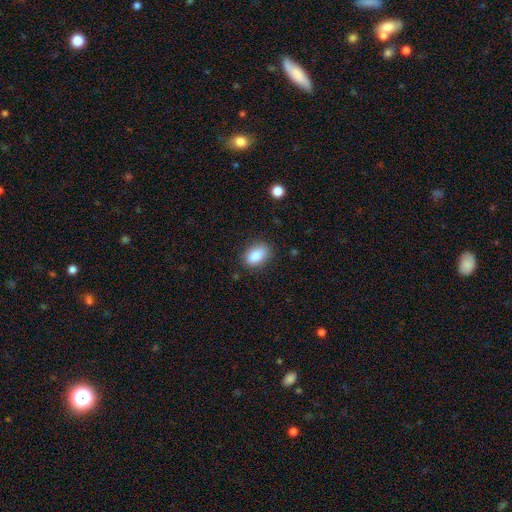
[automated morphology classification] smooth 86%, star or artifact 8%, featured or disk 6%. Down the decision tree: how rounded — in between (86%); merging — none (84%).